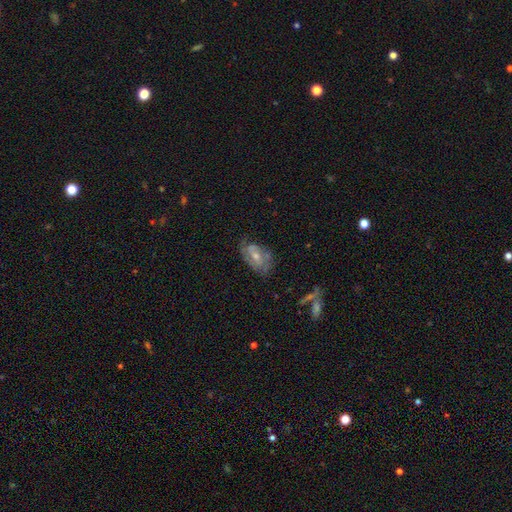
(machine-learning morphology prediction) featured or disk 67%, smooth 20%, star or artifact 13%. Down the decision tree: edge-on disk — no (94%); bar — no (45%); spiral arms — yes (79%); spiral arm count — 2 (47%); spiral winding — tight (47%); bulge size — moderate (51%); merging — none (69%).